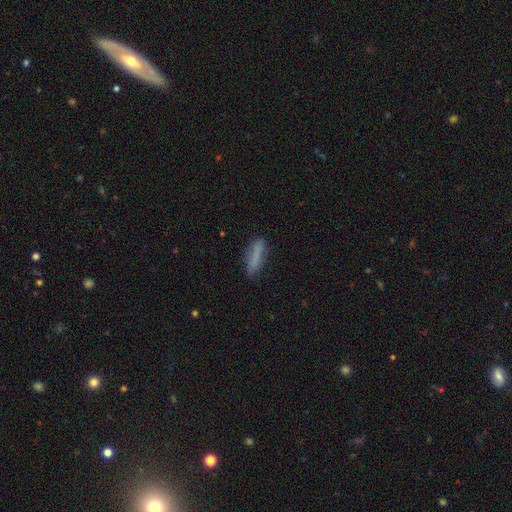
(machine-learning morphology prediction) Q: Smooth or featured?
A: smooth (77%); runner-up: featured or disk (15%)
Q: How rounded?
A: cigar-shaped (77%); runner-up: in between (21%)
Q: Merging?
A: none (80%); runner-up: minor disturbance (15%)